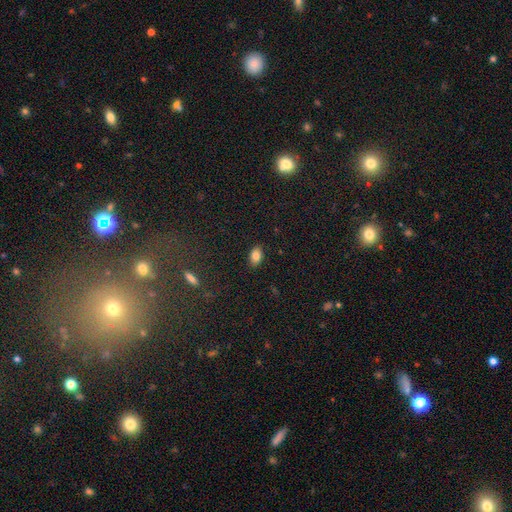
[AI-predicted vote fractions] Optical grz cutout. It shows a smooth galaxy with no disk features (84%) that is in between round and cigar-shaped (88%). Merging: none (87%).